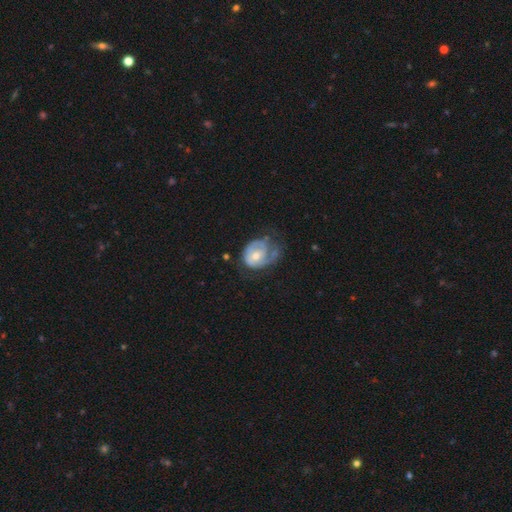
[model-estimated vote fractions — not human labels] This is likely a featured or disk galaxy (71%). It is clearly not viewed edge-on (97%). Bar: likely no (68%). Spiral arm pattern: clearly yes (83%). Spiral arm count: marginally 1 (36%). Spiral winding: possibly tight (52%). Central bulge: possibly moderate (56%). Merging: marginally none (37%).